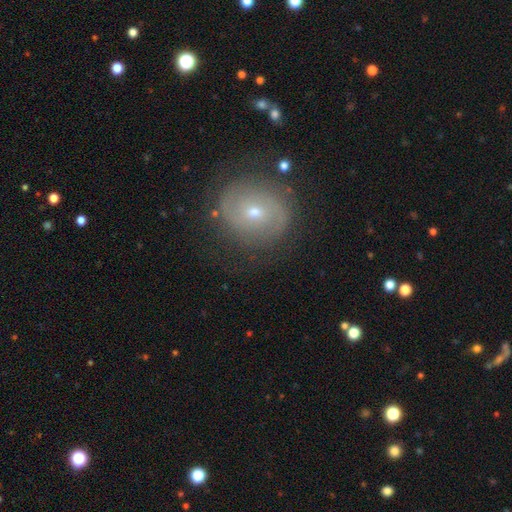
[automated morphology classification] Smooth or featured? featured or disk (52%)
Edge-on disk? no (95%)
Merging? none (83%)